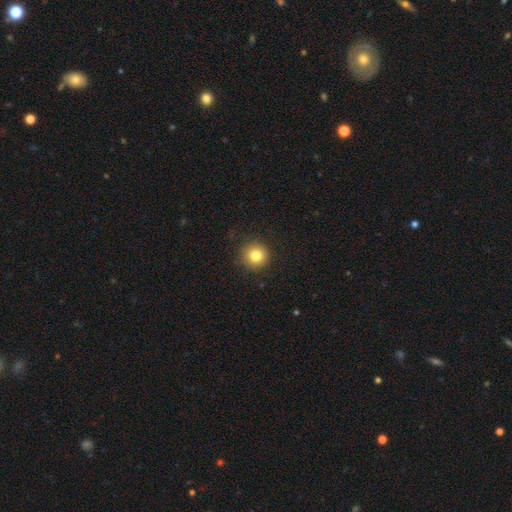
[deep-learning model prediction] This appears to be a smooth galaxy with no disk features (81%) that is round (94%). Merging: none (90%).